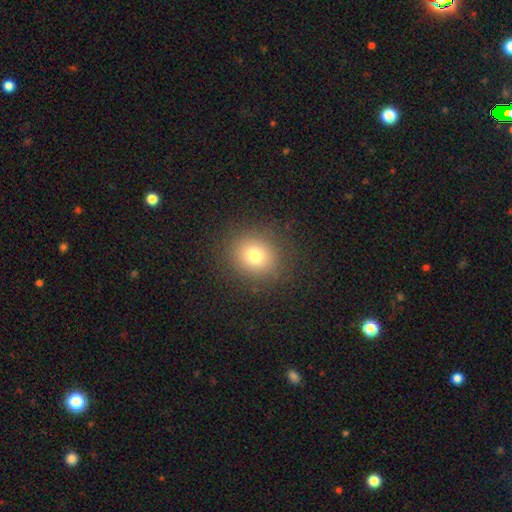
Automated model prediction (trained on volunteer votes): Smooth or featured: smooth — 75% (star or artifact — 16%)
How rounded: round — 84% (in between — 15%)
Merging: none — 90% (minor disturbance — 6%)